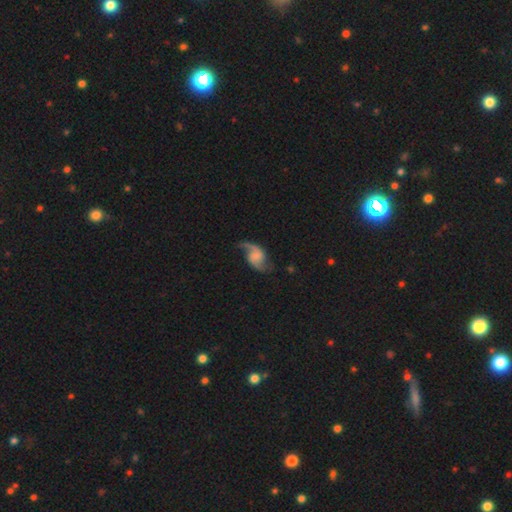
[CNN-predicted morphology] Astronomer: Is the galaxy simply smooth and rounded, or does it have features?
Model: featured or disk — 81%.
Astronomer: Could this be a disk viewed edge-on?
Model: no — 97%.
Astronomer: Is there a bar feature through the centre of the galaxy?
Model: no — 54% (runner-up: weak, 36%).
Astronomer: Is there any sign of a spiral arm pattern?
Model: yes — 96%.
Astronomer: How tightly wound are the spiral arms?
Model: loose — 71%.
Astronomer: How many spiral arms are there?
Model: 2 — 87%.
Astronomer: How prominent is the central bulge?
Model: none — 48% (runner-up: small, 23%).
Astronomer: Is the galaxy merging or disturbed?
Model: none — 65%.